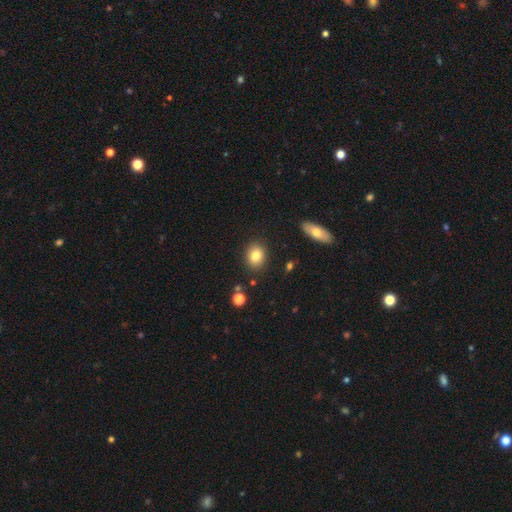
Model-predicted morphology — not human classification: Overall: smooth (82%). How rounded: round (50%; in between 49%). Merging: none (87%).